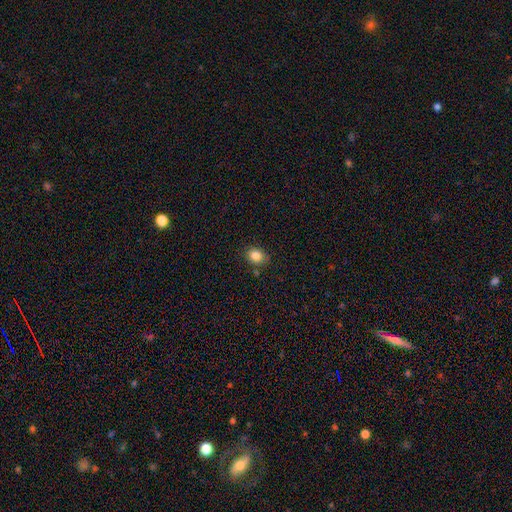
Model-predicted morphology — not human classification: smooth 84%, star or artifact 10%, featured or disk 6%. Down the decision tree: how rounded — in between (50%); merging — none (81%).